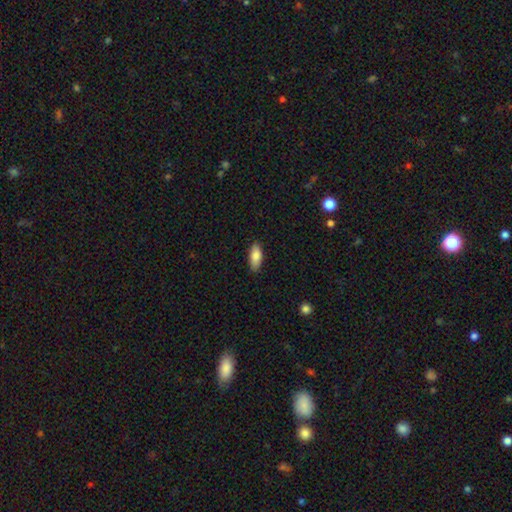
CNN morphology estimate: Smooth or featured?
  - smooth: 83% *
  - featured or disk: 11%
  - star or artifact: 6%
How rounded?
  - in between: 81% *
  - cigar-shaped: 17%
  - round: 2%
Merging?
  - none: 87% *
  - minor disturbance: 10%
  - major disturbance: 2%
  - merger: 1%